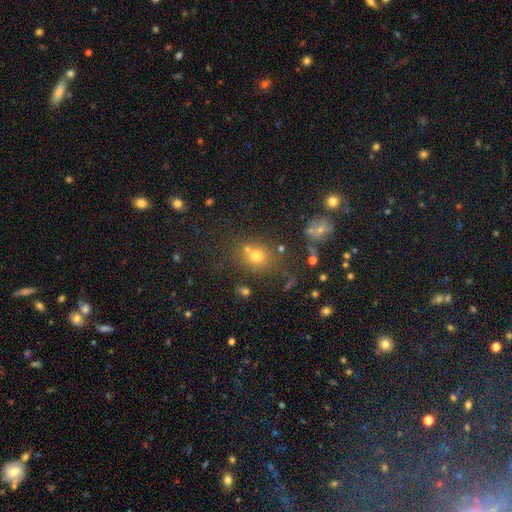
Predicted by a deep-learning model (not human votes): smooth_or_featured: smooth (p=0.68) [alt: star or artifact p=0.21]
how_rounded: round (p=0.69) [alt: in between p=0.30]
merging: none (p=0.64) [alt: merger p=0.17]